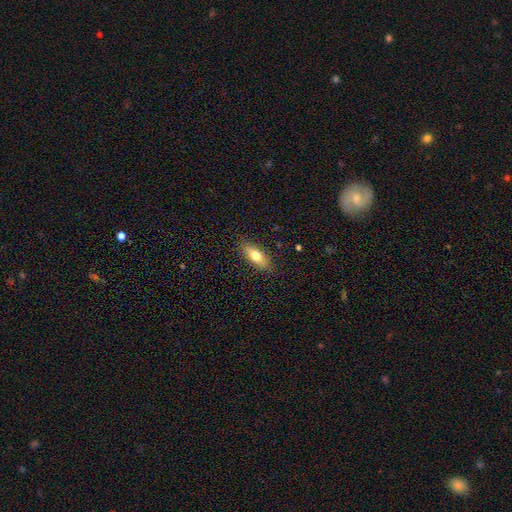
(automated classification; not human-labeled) A smooth galaxy with no disk features (75%) that is in between round and cigar-shaped (73%). Merging: none (86%).